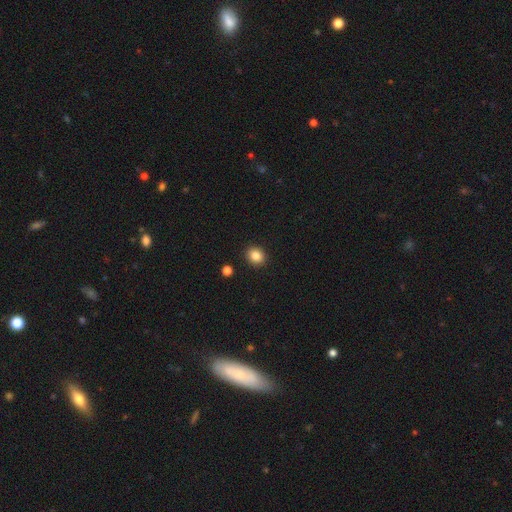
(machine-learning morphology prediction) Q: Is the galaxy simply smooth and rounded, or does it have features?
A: smooth — 85%.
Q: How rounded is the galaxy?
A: round — 66%.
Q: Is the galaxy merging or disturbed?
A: none — 91%.